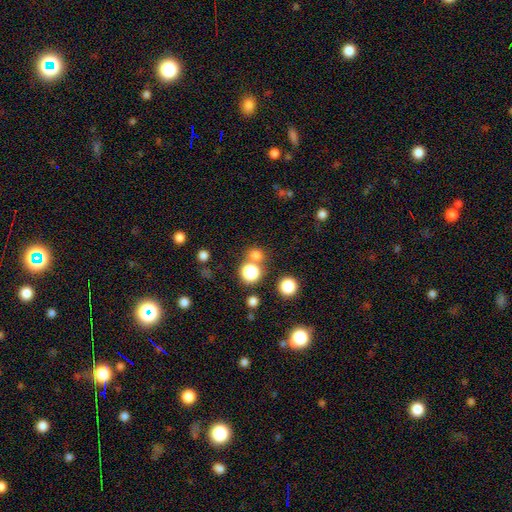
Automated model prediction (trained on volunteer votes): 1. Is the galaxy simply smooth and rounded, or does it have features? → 71% smooth, 23% star or artifact, 6% featured or disk.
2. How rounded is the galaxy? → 87% round, 11% in between, 1% cigar-shaped.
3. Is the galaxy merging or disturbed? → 68% none, 22% merger, 7% minor disturbance, 3% major disturbance.